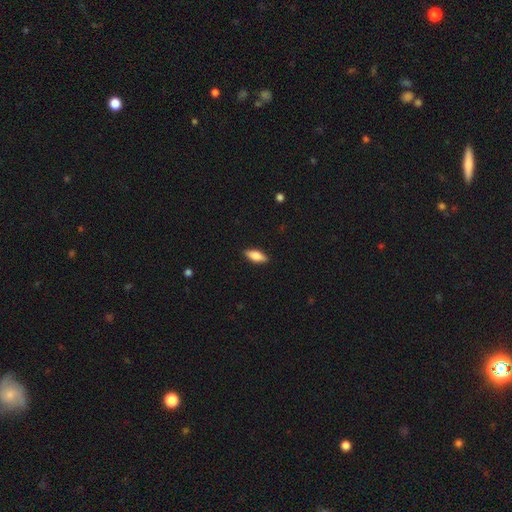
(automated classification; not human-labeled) Overall: smooth (77%). How rounded: in between (75%). Merging: none (88%).